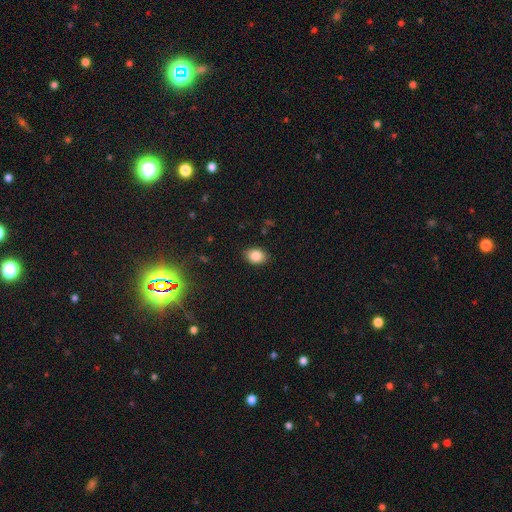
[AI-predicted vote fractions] The model was most divided on "how rounded": in between: 68%, round: 31%, cigar-shaped: 1%. More confident: smooth or featured — smooth (86%); merging — none (86%).